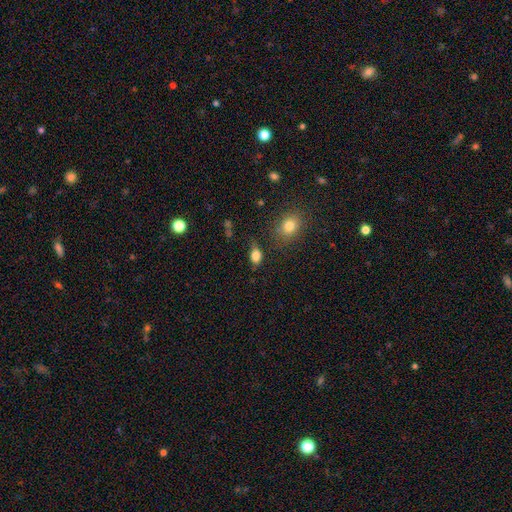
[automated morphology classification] smooth_or_featured: smooth (p=0.82) [alt: star or artifact p=0.11]
how_rounded: in between (p=0.76) [alt: round p=0.22]
merging: none (p=0.55) [alt: minor disturbance p=0.29]